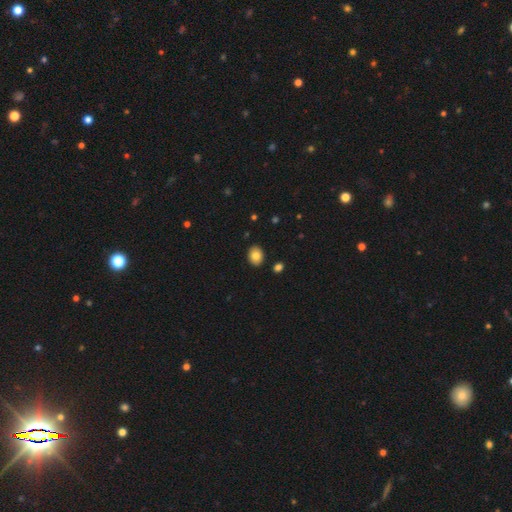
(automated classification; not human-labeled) A smooth galaxy with no disk features (84%) that is in between round and cigar-shaped (64%). Merging: none (89%).